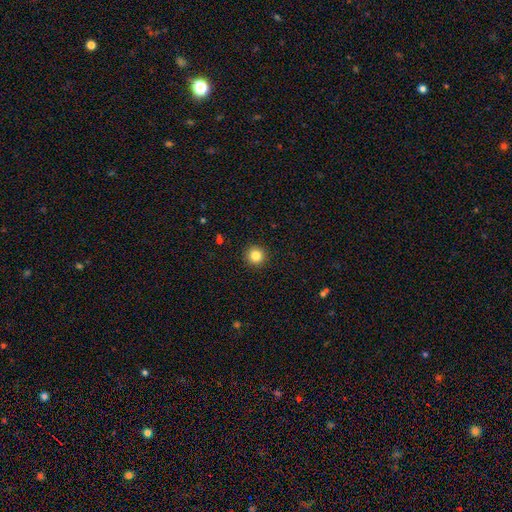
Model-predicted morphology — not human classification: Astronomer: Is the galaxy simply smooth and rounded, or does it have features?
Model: smooth — 84%.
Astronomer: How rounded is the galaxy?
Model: round — 95%.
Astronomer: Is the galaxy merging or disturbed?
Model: none — 93%.